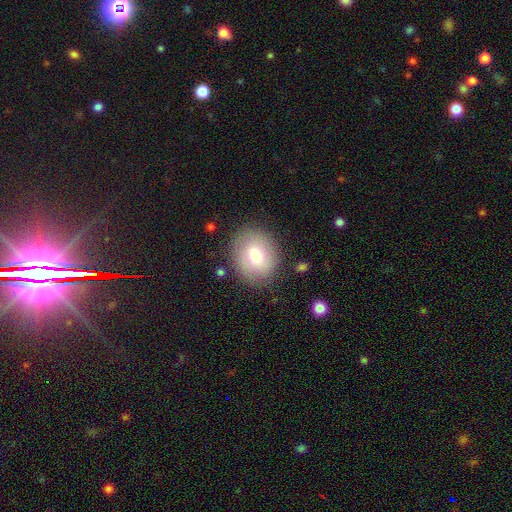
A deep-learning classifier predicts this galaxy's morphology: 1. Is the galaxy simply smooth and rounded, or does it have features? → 68% smooth, 23% featured or disk, 9% star or artifact.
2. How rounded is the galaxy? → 63% round, 36% in between, 1% cigar-shaped.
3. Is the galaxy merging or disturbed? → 82% none, 12% minor disturbance, 4% major disturbance, 2% merger.